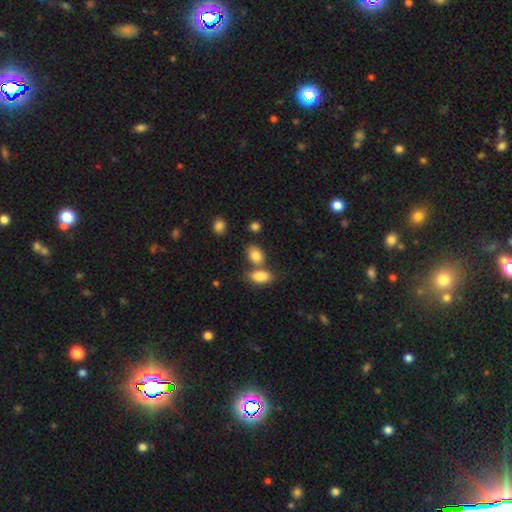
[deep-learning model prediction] smooth 82%, featured or disk 9%, star or artifact 9%. Down the decision tree: how rounded — in between (82%); merging — none (52%).